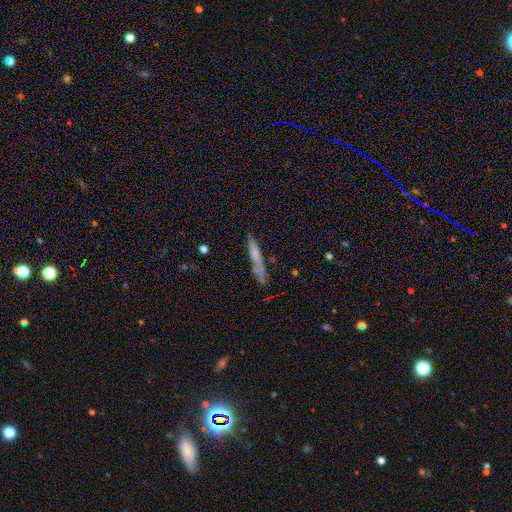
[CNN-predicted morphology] smooth_or_featured: smooth (p=0.63) [alt: featured or disk p=0.29]
how_rounded: cigar-shaped (p=0.94) [alt: in between p=0.04]
merging: none (p=0.71) [alt: minor disturbance p=0.19]